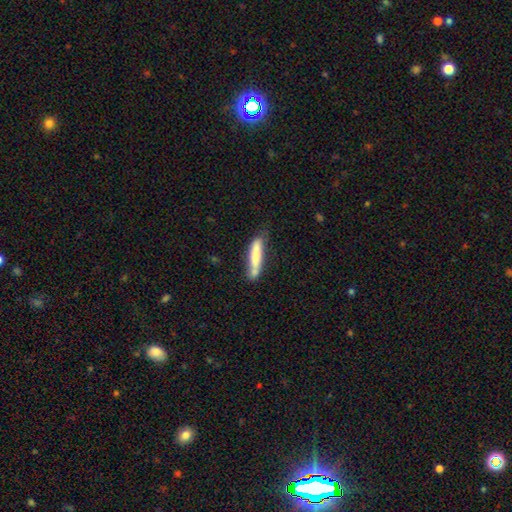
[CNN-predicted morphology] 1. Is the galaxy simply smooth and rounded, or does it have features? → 69% smooth, 26% featured or disk, 6% star or artifact.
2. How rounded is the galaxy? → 86% cigar-shaped, 13% in between, 1% round.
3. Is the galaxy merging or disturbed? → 57% none, 26% minor disturbance, 10% merger, 7% major disturbance.